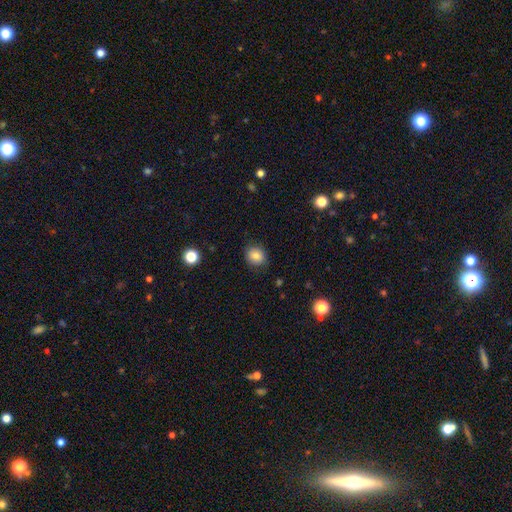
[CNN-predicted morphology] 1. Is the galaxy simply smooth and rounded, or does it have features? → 81% smooth, 10% star or artifact, 8% featured or disk.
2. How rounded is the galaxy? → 79% round, 20% in between, 1% cigar-shaped.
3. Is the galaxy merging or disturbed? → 86% none, 10% minor disturbance, 3% major disturbance, 1% merger.